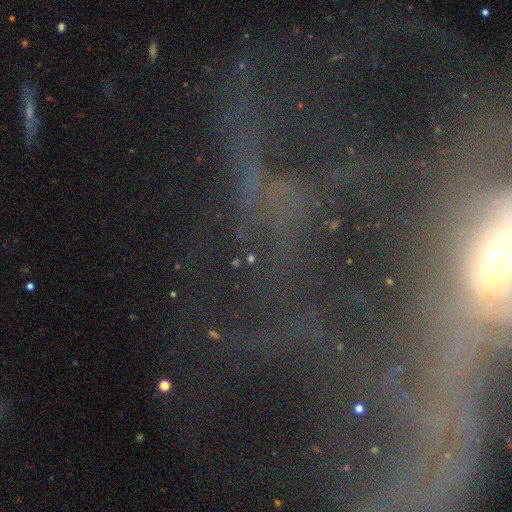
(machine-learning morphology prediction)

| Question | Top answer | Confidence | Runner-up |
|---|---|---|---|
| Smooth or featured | star or artifact | 44% | featured or disk (41%) |